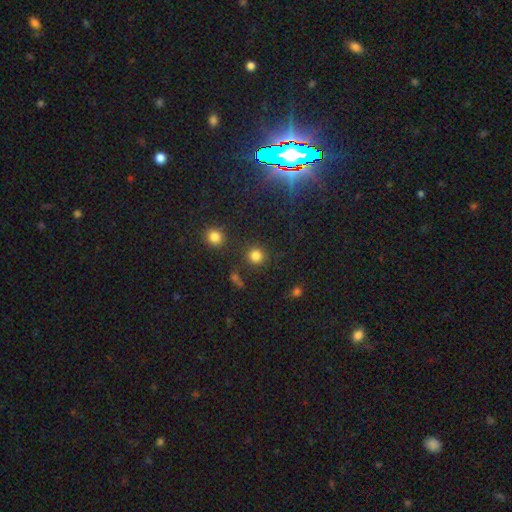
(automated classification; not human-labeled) A smooth galaxy with no disk features (80%) that is round (92%). Merging: none (84%).